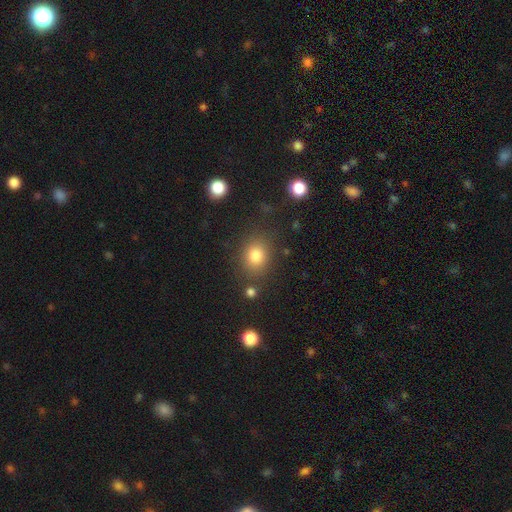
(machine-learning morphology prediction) Q: Smooth or featured?
A: smooth (80%); runner-up: star or artifact (13%)
Q: How rounded?
A: round (61%); runner-up: in between (38%)
Q: Merging?
A: none (80%); runner-up: minor disturbance (11%)